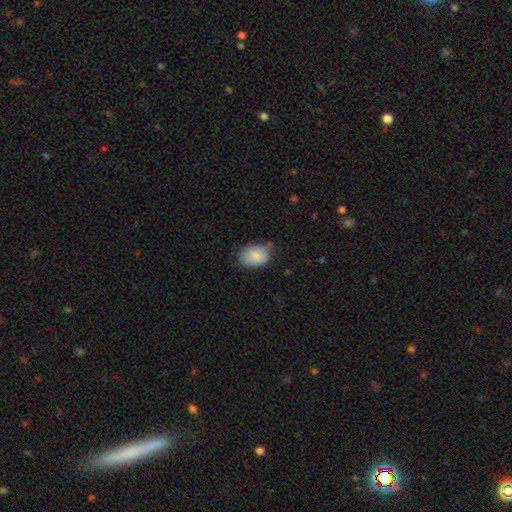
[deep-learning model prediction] Morphology: type=smooth (85%); roundness=in between (78%); merging=none (60%).